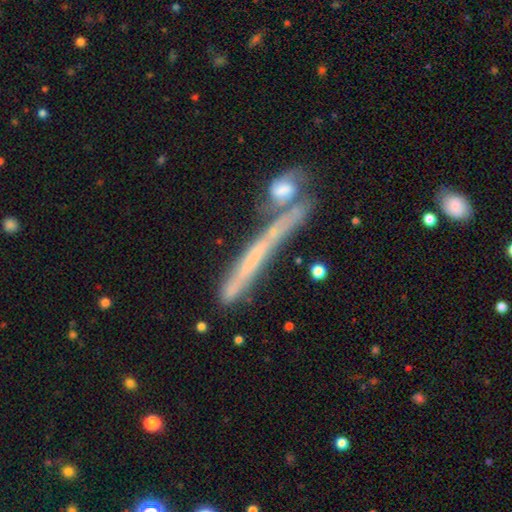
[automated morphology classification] A featured or disk galaxy (53%) viewed edge-on (87%). Merging: none (55%).